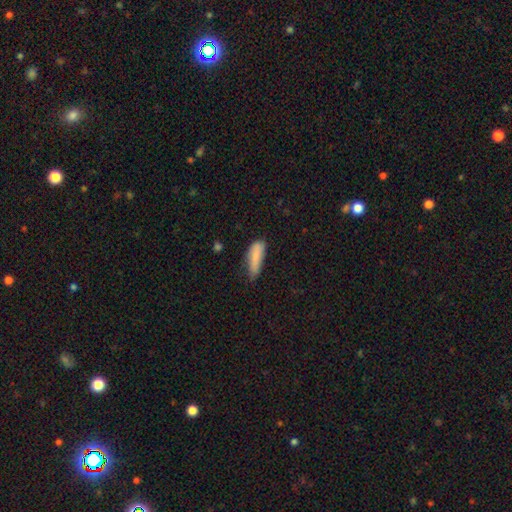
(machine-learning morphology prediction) smooth 84%, featured or disk 9%, star or artifact 7%. Down the decision tree: how rounded — in between (55%); merging — none (44%).